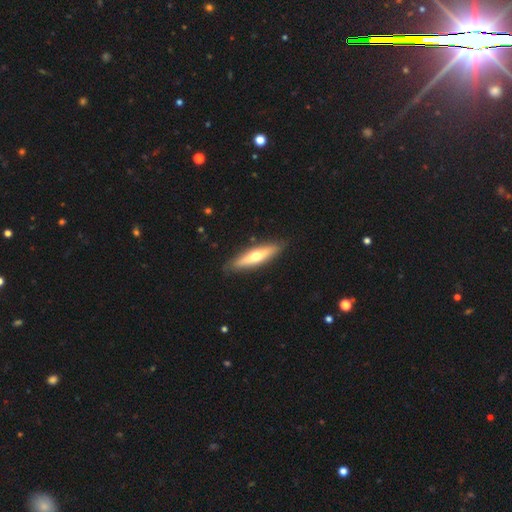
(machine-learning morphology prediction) Overall: smooth (48%; featured or disk 46%). Merging: none (87%).